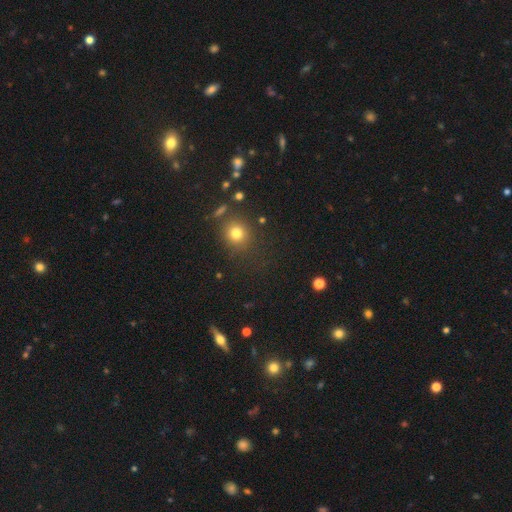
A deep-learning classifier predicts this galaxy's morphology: Smooth or featured: smooth — 56% (star or artifact — 37%)
How rounded: round — 83% (in between — 15%)
Merging: none — 79% (minor disturbance — 11%)